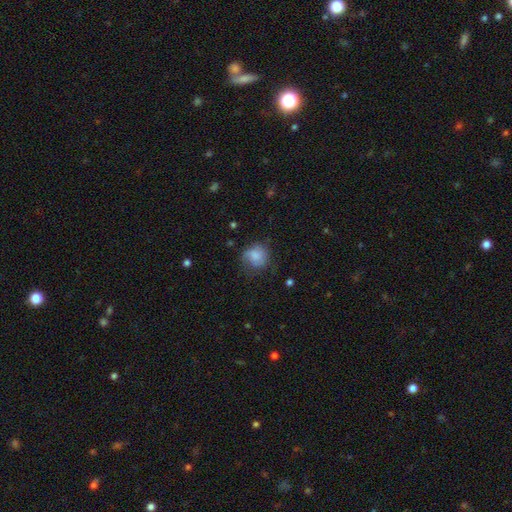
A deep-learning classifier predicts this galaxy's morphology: This appears to be a smooth galaxy with no disk features (75%) that is round (78%). Merging: none (60%).